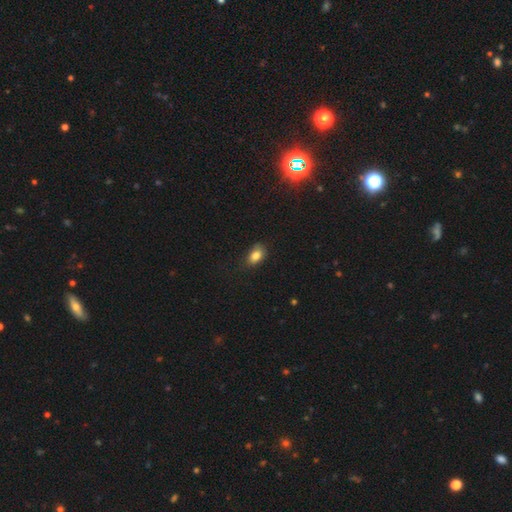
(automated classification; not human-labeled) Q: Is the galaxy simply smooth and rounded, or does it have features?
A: smooth — 84%.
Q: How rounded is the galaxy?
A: in between — 84%.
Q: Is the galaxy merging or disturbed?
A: none — 75%.